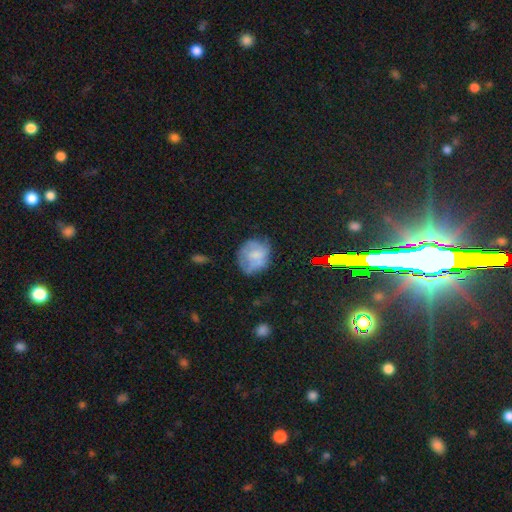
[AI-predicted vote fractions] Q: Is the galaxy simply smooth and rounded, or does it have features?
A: smooth — 55%.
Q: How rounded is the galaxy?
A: round — 67%.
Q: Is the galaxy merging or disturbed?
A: none — 55%.